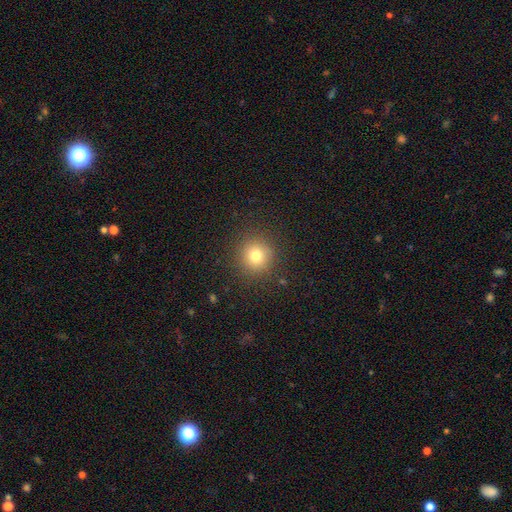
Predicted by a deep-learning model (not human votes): This appears to be a smooth galaxy with no disk features (77%) that is round (92%). Merging: none (89%).